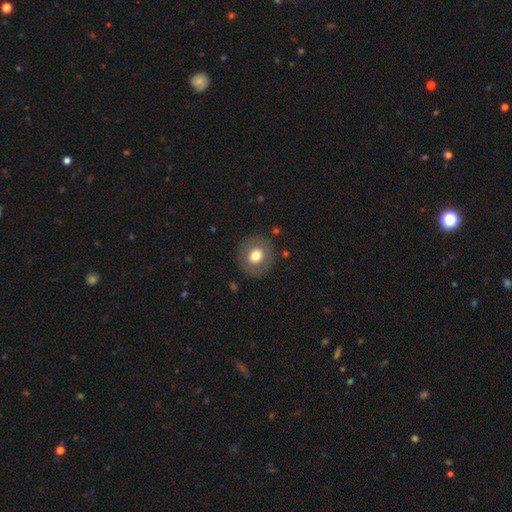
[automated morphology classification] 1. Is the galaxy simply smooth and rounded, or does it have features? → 71% smooth, 20% featured or disk, 9% star or artifact.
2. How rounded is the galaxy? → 83% round, 16% in between, 1% cigar-shaped.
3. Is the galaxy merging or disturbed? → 87% none, 8% minor disturbance, 4% major disturbance, 1% merger.